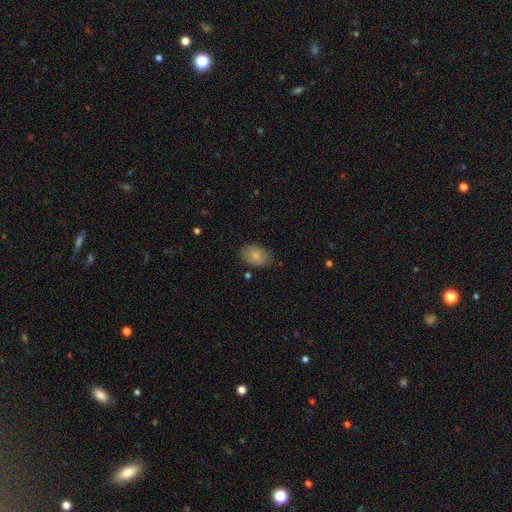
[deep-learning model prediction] This is clearly a smooth galaxy (82%). How rounded: clearly in between (83%). Merging: clearly none (80%).